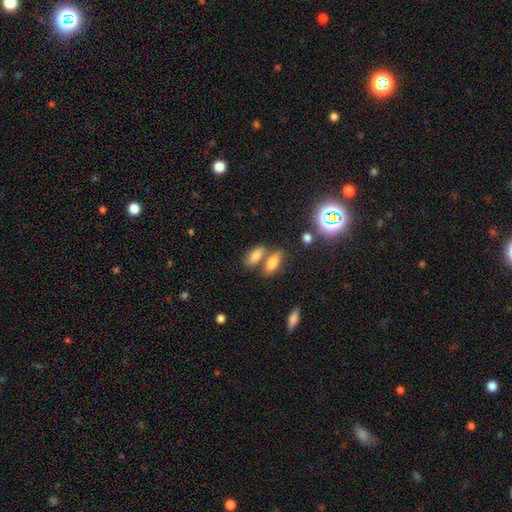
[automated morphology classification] Q: Smooth or featured?
A: smooth (79%); runner-up: featured or disk (11%)
Q: How rounded?
A: in between (80%); runner-up: cigar-shaped (15%)
Q: Merging?
A: none (44%); runner-up: merger (41%)